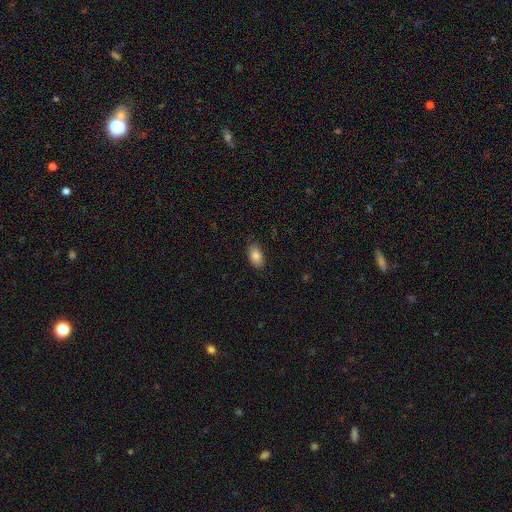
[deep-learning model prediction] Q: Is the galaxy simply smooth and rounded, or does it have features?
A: smooth — 84%.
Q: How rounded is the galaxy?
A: in between — 93%.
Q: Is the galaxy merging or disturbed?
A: none — 85%.